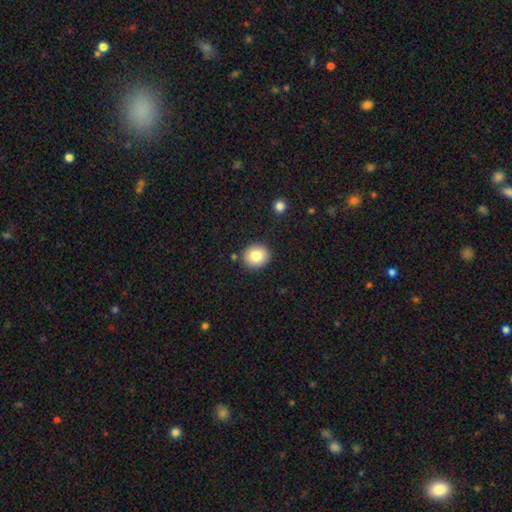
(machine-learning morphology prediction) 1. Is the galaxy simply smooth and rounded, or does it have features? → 81% smooth, 10% star or artifact, 10% featured or disk.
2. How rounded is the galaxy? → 85% round, 14% in between, 1% cigar-shaped.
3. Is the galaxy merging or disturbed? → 88% none, 7% minor disturbance, 3% merger, 2% major disturbance.